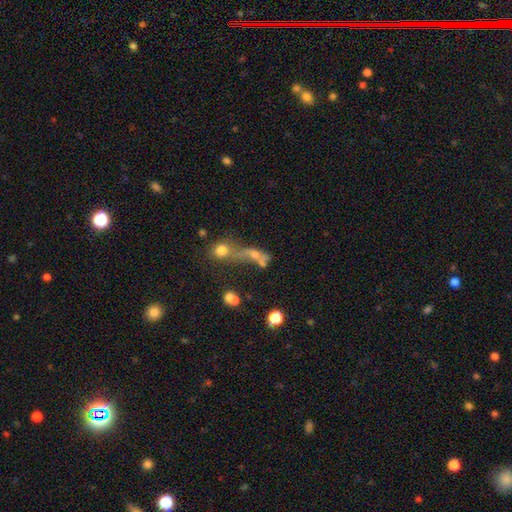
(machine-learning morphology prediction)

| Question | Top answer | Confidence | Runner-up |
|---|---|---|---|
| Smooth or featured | smooth | 50% | featured or disk (30%) |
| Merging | merger | 51% | none (20%) |